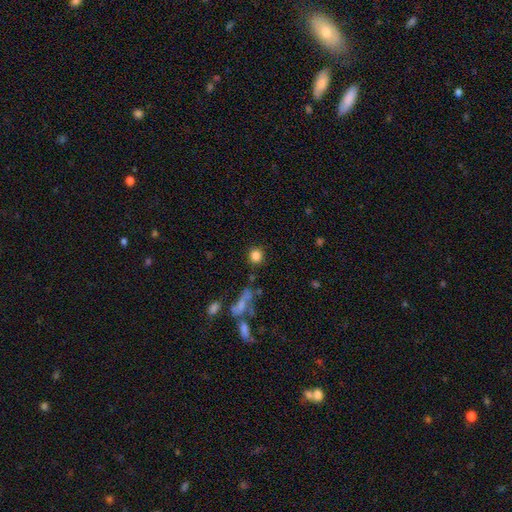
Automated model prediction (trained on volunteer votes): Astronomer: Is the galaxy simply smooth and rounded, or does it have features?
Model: smooth — 83%.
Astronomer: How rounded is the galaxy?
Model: round — 90%.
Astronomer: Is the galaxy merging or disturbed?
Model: none — 83%.